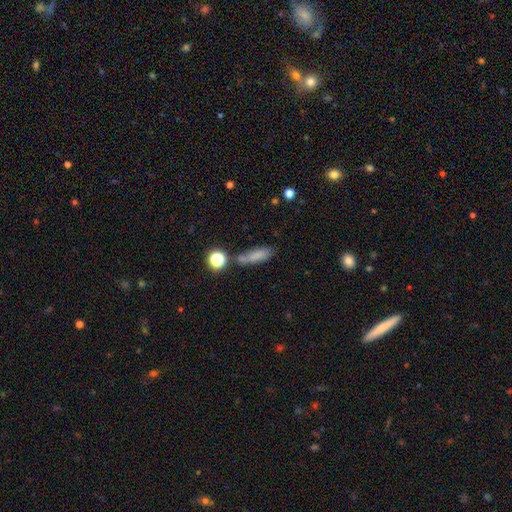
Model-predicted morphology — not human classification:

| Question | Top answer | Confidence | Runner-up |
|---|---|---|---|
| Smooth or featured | smooth | 76% | featured or disk (12%) |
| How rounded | cigar-shaped | 54% | in between (42%) |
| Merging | none | 64% | minor disturbance (19%) |